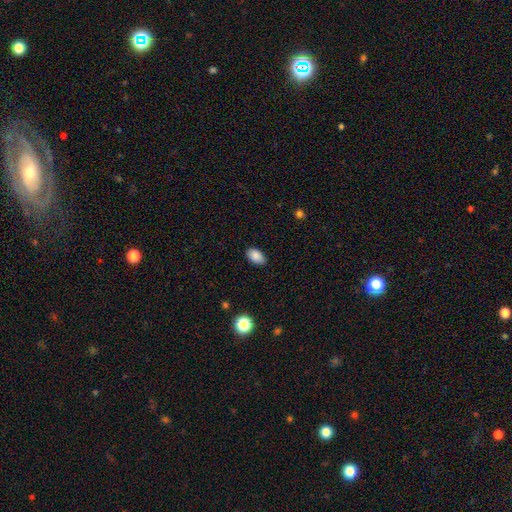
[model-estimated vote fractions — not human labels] smooth_or_featured: smooth (p=0.88) [alt: star or artifact p=0.08]
how_rounded: in between (p=0.92) [alt: round p=0.07]
merging: none (p=0.85) [alt: minor disturbance p=0.11]